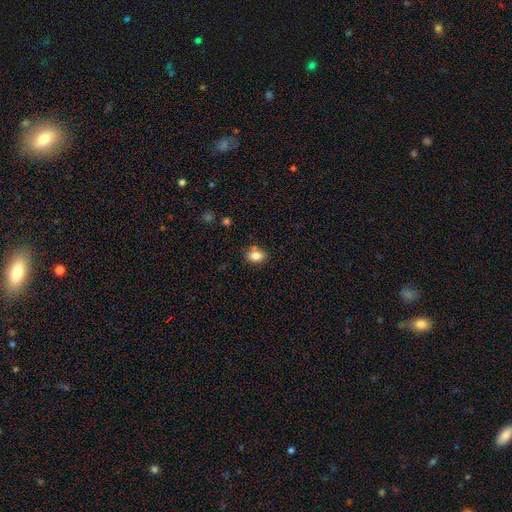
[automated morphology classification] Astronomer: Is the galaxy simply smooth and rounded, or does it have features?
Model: smooth — 83%.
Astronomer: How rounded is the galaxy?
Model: in between — 60% (runner-up: round, 39%).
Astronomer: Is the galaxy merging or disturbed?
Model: none — 78%.